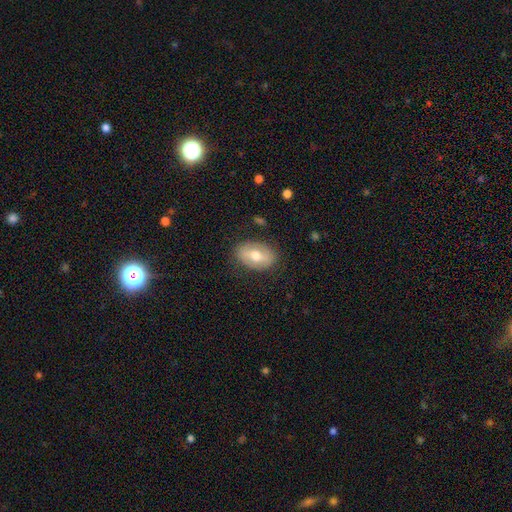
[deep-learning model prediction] Smooth or featured?
  - smooth: 53% *
  - featured or disk: 40%
  - star or artifact: 7%
How rounded?
  - in between: 86% *
  - round: 12%
  - cigar-shaped: 2%
Merging?
  - none: 82% *
  - minor disturbance: 13%
  - major disturbance: 4%
  - merger: 1%